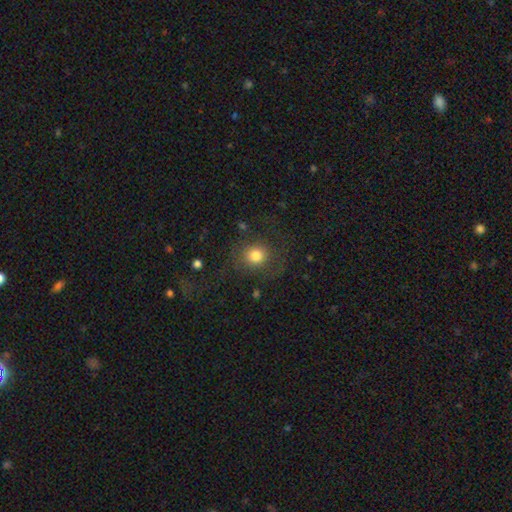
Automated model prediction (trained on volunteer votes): This is likely a smooth galaxy (74%). How rounded: clearly round (87%). Merging: likely none (72%).